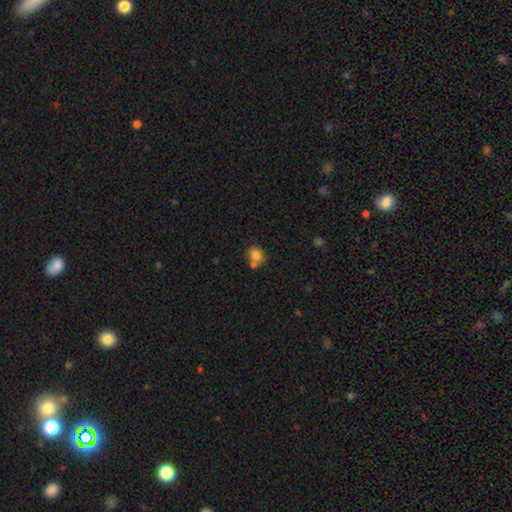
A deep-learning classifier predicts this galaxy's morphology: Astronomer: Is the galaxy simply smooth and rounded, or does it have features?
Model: smooth — 80%.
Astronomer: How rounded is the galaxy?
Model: round — 75%.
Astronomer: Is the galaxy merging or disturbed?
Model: none — 54% (runner-up: merger, 30%).